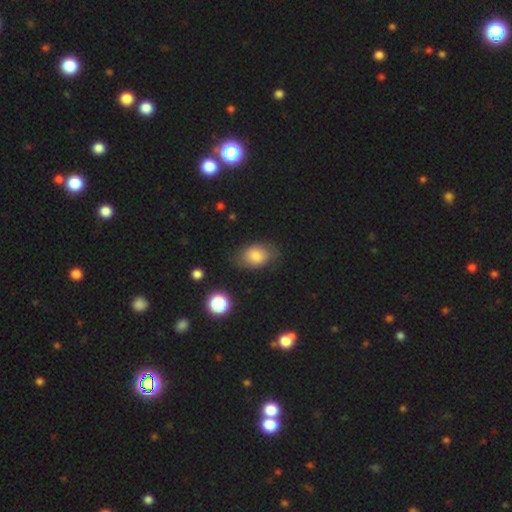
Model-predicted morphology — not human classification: The model was most divided on "merging": none: 70%, minor disturbance: 21%, major disturbance: 7%, merger: 2%. More confident: how rounded — in between (78%); smooth or featured — smooth (77%).